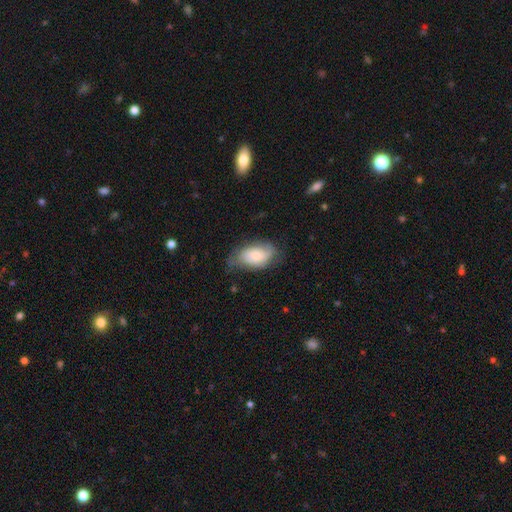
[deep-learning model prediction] smooth_or_featured: smooth (p=0.58) [alt: featured or disk p=0.35]
how_rounded: in between (p=0.91) [alt: round p=0.07]
merging: none (p=0.50) [alt: minor disturbance p=0.35]